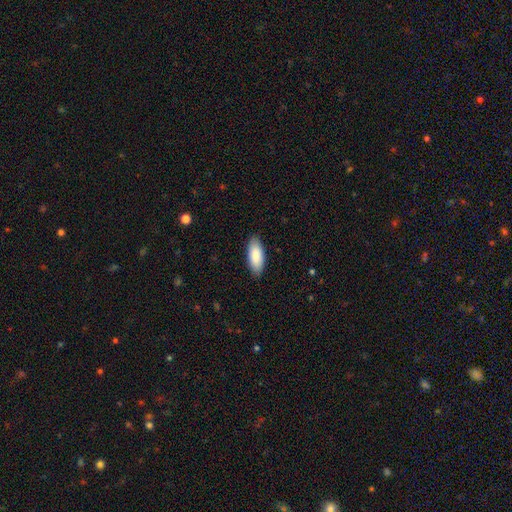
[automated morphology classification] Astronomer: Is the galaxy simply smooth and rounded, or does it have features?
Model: smooth — 88%.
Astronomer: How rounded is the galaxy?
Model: in between — 85%.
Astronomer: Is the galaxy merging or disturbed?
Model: none — 88%.